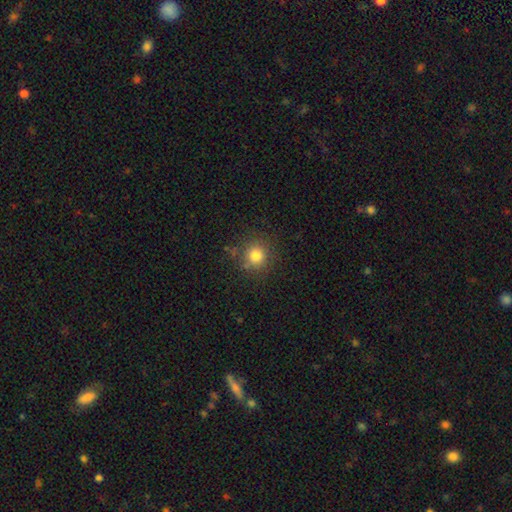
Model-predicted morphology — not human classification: Overall: smooth (79%). How rounded: round (91%). Merging: none (82%).